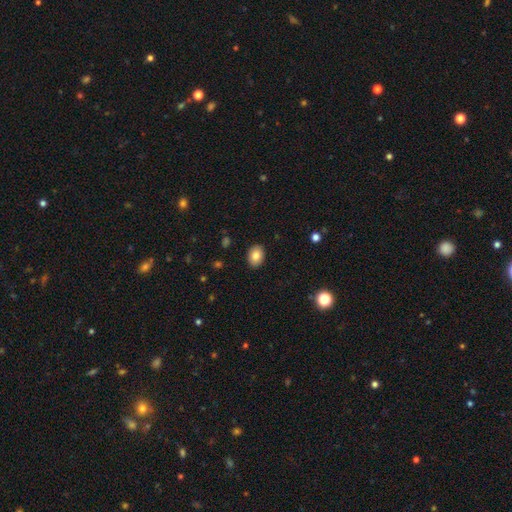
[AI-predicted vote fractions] Morphology: type=smooth (84%); roundness=in between (72%); merging=none (90%).